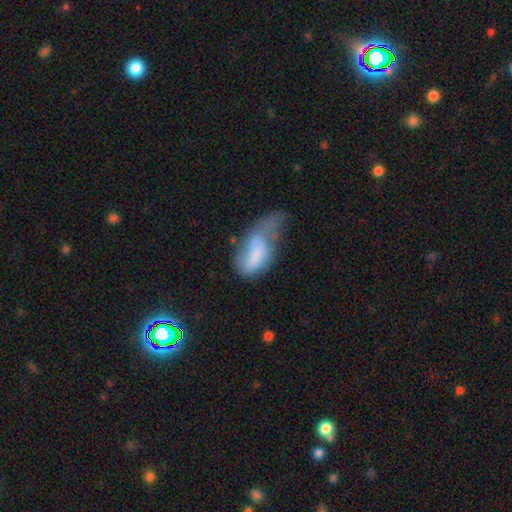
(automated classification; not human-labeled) This is likely a smooth galaxy (64%). How rounded: clearly in between (88%). Merging: possibly major disturbance (52%).